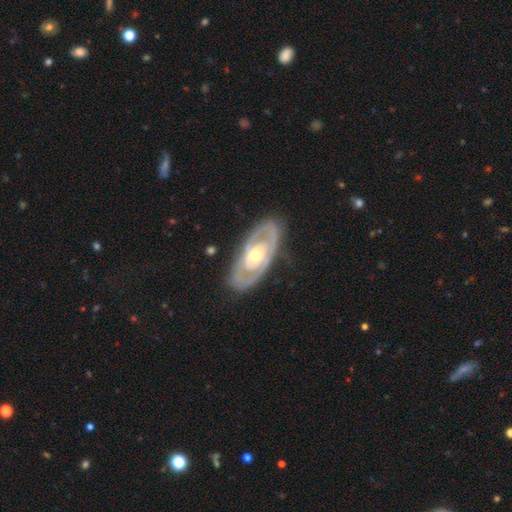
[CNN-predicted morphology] This appears to be a featured or disk galaxy (80%) with no bar (77%), spiral arms (58%) and a moderate central bulge (64%). Merging: none (81%).